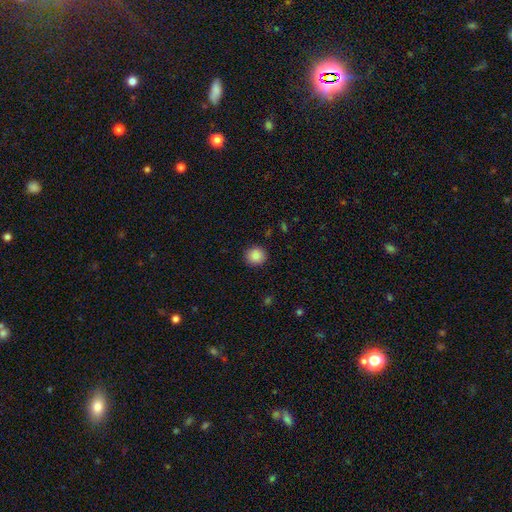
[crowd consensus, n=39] A smooth galaxy with no disk features (95%) that is round (92%). Merging: none (100%).